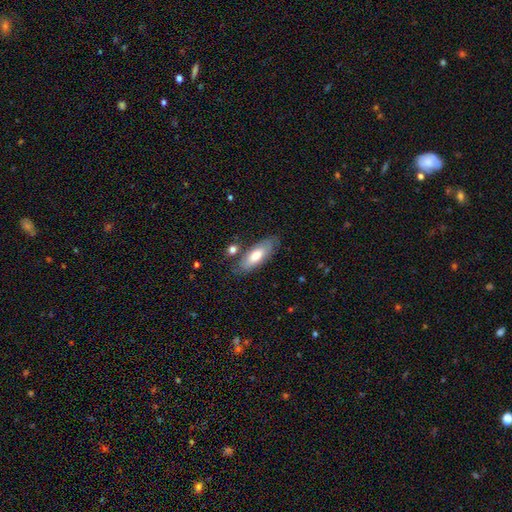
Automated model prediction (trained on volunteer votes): Q: Smooth or featured?
A: smooth (69%); runner-up: featured or disk (25%)
Q: How rounded?
A: in between (71%); runner-up: cigar-shaped (27%)
Q: Merging?
A: none (74%); runner-up: minor disturbance (17%)